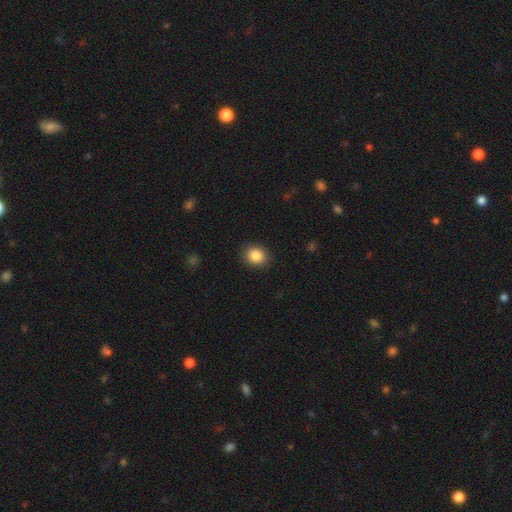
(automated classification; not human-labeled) Smooth or featured? smooth (86%)
How rounded? round (65%)
Merging? none (89%)